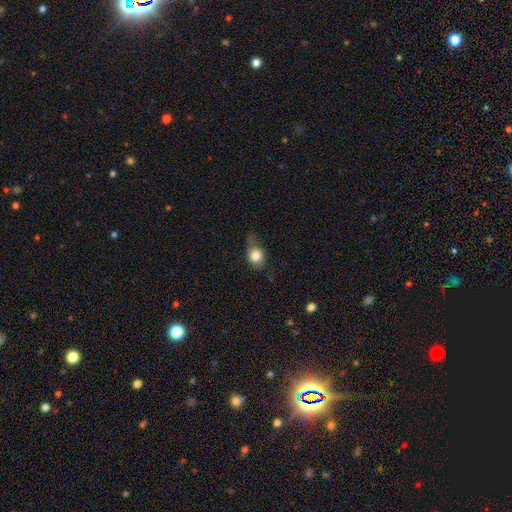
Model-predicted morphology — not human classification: type=smooth (80%); roundness=round (60%); merging=none (53%).